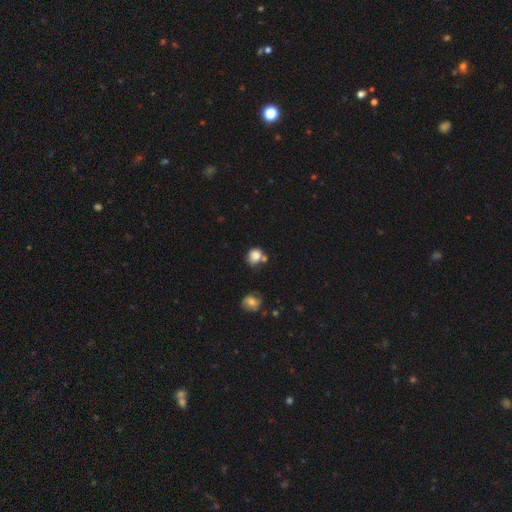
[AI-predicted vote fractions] Smooth or featured: smooth — 82% (star or artifact — 10%)
How rounded: round — 74% (in between — 25%)
Merging: none — 55% (merger — 21%)